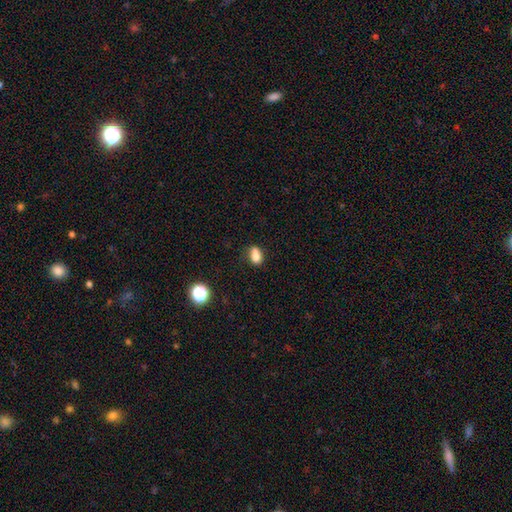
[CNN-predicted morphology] smooth 79%, star or artifact 12%, featured or disk 10%. Down the decision tree: how rounded — in between (74%); merging — none (54%).